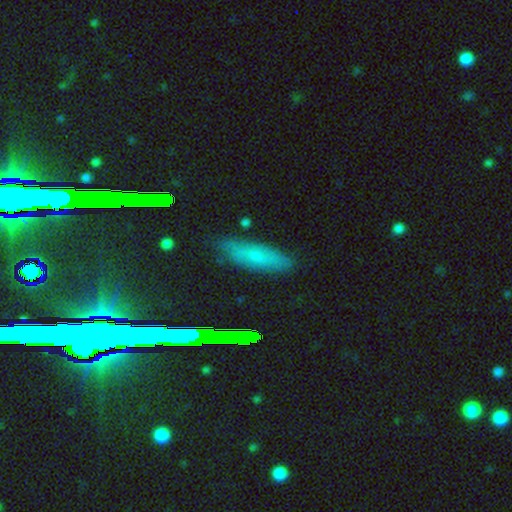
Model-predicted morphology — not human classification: Smooth or featured?
  - smooth: 64% *
  - featured or disk: 20%
  - star or artifact: 16%
How rounded?
  - in between: 49% *
  - cigar-shaped: 48%
  - round: 3%
Merging?
  - none: 81% *
  - minor disturbance: 15%
  - major disturbance: 3%
  - merger: 2%